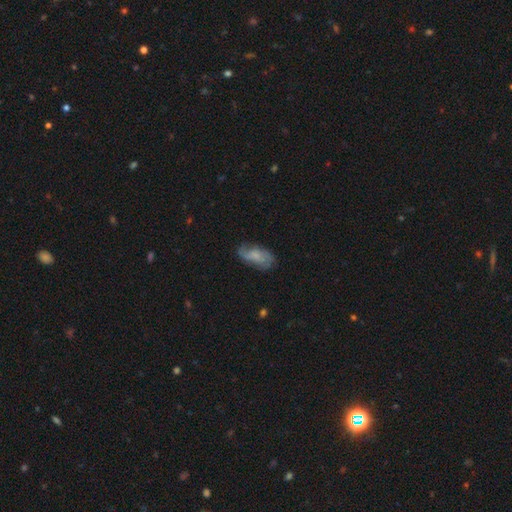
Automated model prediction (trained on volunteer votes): Overall: smooth (50%; featured or disk 42%). How rounded: in between (88%). Merging: none (65%).